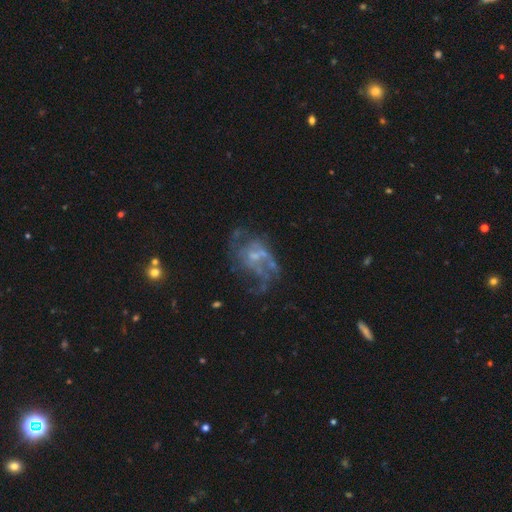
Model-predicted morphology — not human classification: Overall: featured or disk (71%). Edge-on disk: no (98%). Bar: no (67%; weak 28%). Spiral arms: yes (51%; no 49%). Bulge size: small (50%; none 28%). Merging: none (38%; major disturbance 36%).